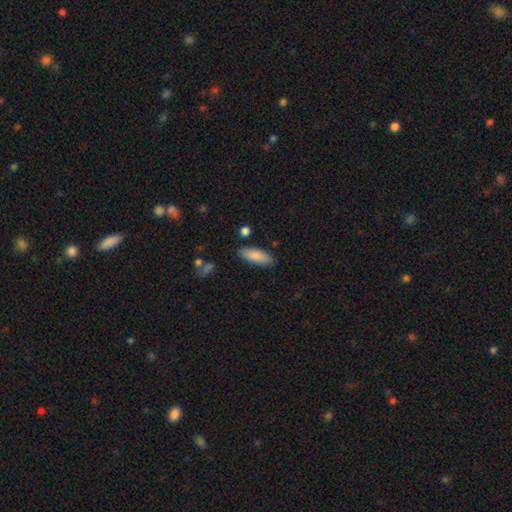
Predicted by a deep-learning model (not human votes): A smooth galaxy with no disk features (86%) that is in between round and cigar-shaped (69%). Merging: none (85%).